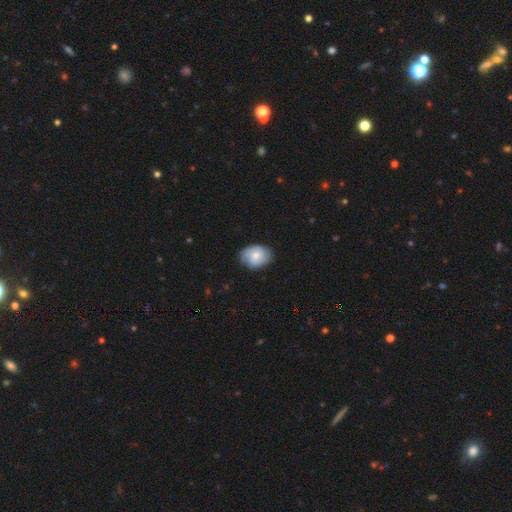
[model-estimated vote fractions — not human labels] Smooth or featured?
  - smooth: 59% *
  - featured or disk: 34%
  - star or artifact: 7%
How rounded?
  - in between: 62% *
  - round: 37%
  - cigar-shaped: 1%
Merging?
  - none: 71% *
  - minor disturbance: 23%
  - major disturbance: 5%
  - merger: 1%